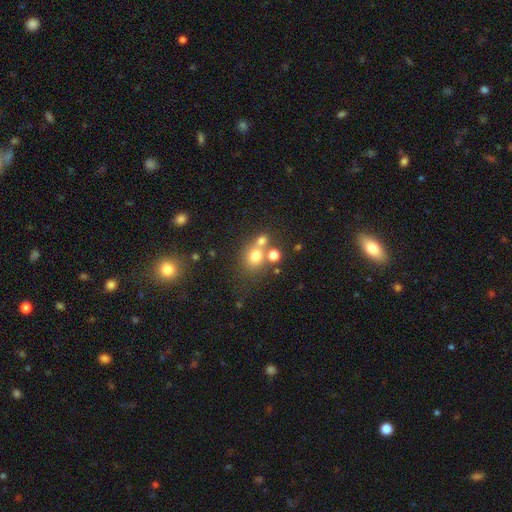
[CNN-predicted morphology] This appears to be a smooth galaxy with no disk features (70%) that is round (76%). Merging: none (50%).